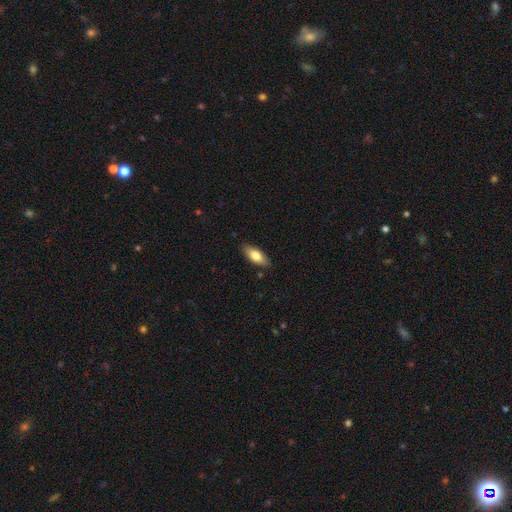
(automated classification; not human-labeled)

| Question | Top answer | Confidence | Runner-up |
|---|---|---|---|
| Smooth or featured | smooth | 77% | featured or disk (17%) |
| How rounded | in between | 80% | cigar-shaped (18%) |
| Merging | none | 84% | minor disturbance (12%) |